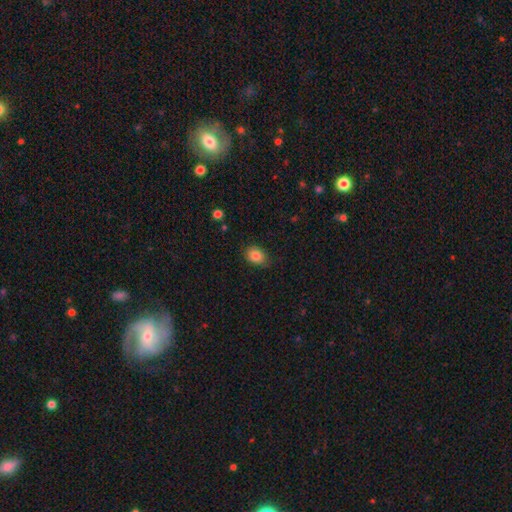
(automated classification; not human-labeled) smooth 84%, star or artifact 9%, featured or disk 7%. Down the decision tree: how rounded — in between (64%); merging — none (76%).